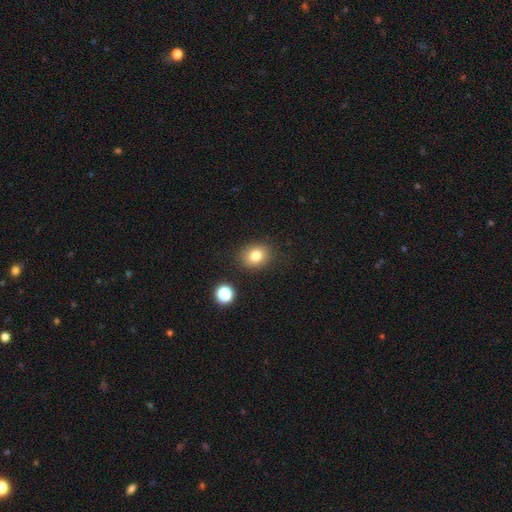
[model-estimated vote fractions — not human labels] smooth-or-featured: smooth: 80% | star or artifact: 12% | featured or disk: 8%
  how-rounded: round: 62% | in between: 37% | cigar-shaped: 1%
  merging: none: 84% | minor disturbance: 10% | major disturbance: 3% | merger: 3%